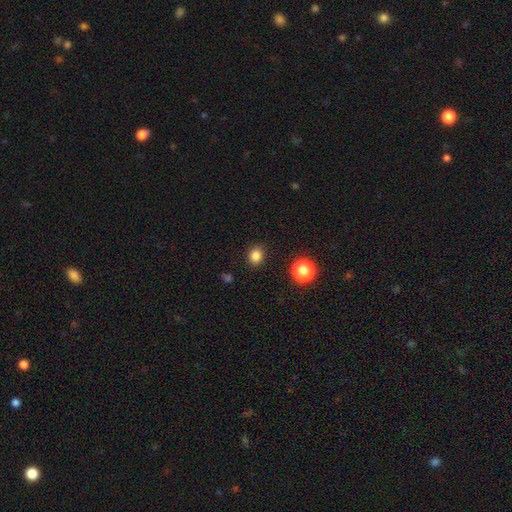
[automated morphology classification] smooth_or_featured: smooth (p=0.84) [alt: star or artifact p=0.13]
how_rounded: round (p=0.65) [alt: in between p=0.34]
merging: none (p=0.89) [alt: minor disturbance p=0.07]